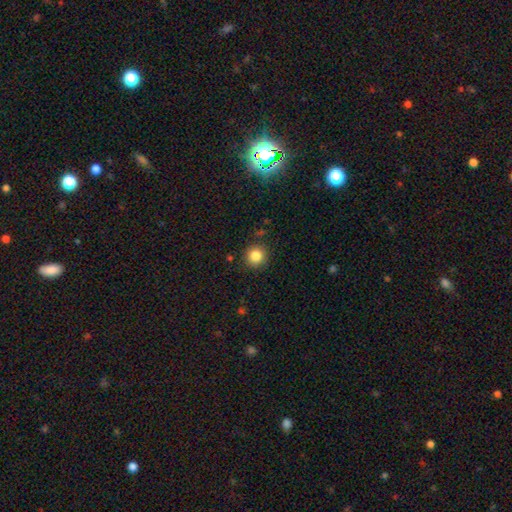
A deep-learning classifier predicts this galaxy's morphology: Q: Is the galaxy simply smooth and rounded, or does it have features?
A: smooth — 85%.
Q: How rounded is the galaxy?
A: round — 93%.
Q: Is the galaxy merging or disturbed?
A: none — 88%.